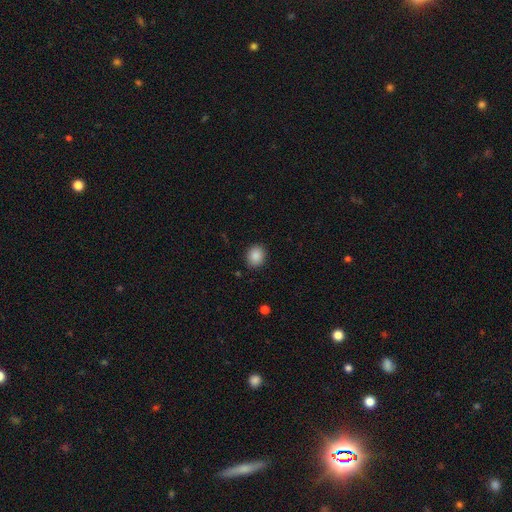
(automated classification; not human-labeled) This appears to be a smooth galaxy with no disk features (87%) that is round (65%). Merging: none (90%).